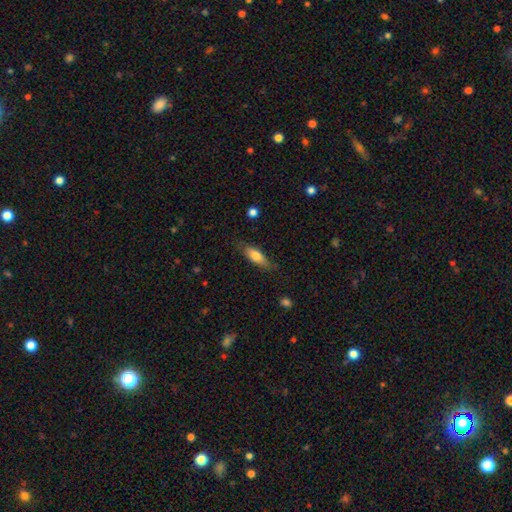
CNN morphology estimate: A smooth galaxy with no disk features (72%) that is in between round and cigar-shaped (58%). Merging: none (75%).